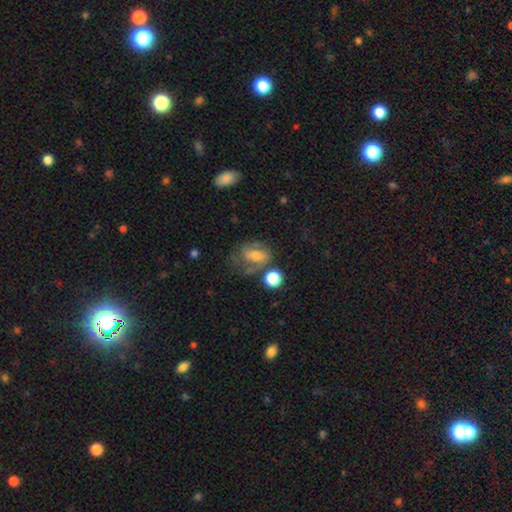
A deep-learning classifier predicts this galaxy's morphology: Overall: featured or disk (45%; smooth 44%). Merging: none (43%; minor disturbance 23%).